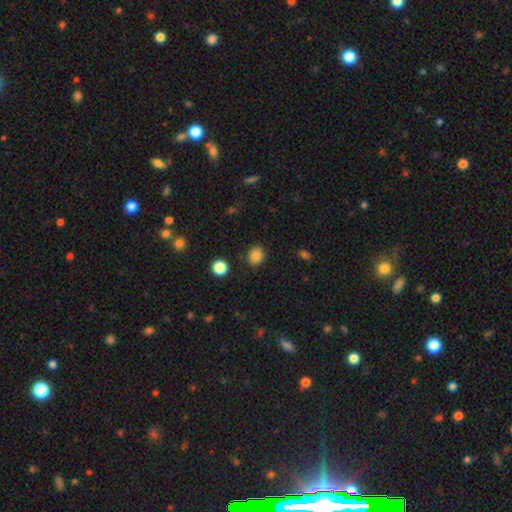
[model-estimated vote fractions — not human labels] This appears to be a smooth galaxy with no disk features (84%) that is round (60%). Merging: none (85%).